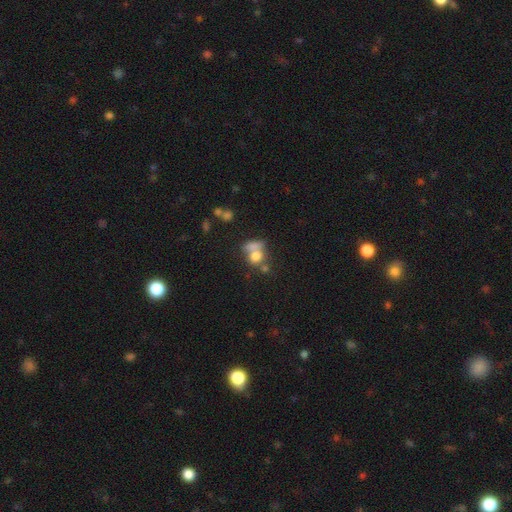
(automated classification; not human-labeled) Smooth or featured? smooth (70%)
How rounded? round (62%)
Merging? merger (49%)